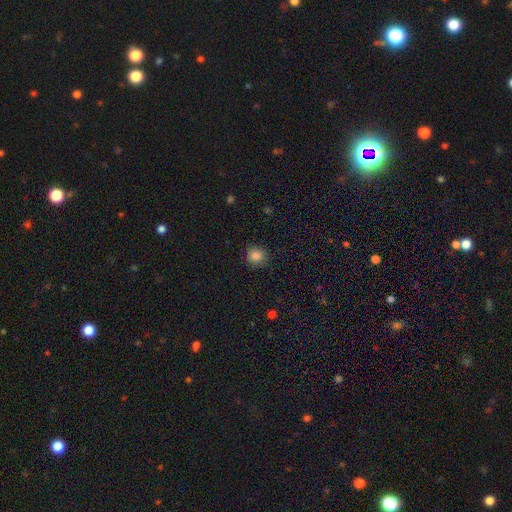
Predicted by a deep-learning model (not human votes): A smooth galaxy with no disk features (85%) that is round (87%).

Vote fractions:
- Smooth or featured? smooth: 85% / star or artifact: 11% / featured or disk: 4%
- How rounded? round: 87% / in between: 12% / cigar-shaped: 1%
- Merging? none: 87% / minor disturbance: 10% / major disturbance: 2% / merger: 1%